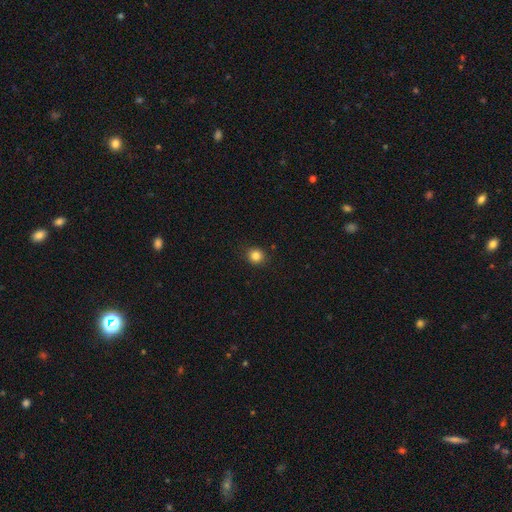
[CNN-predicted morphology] smooth 84%, star or artifact 12%, featured or disk 4%. Down the decision tree: how rounded — round (89%); merging — none (89%).